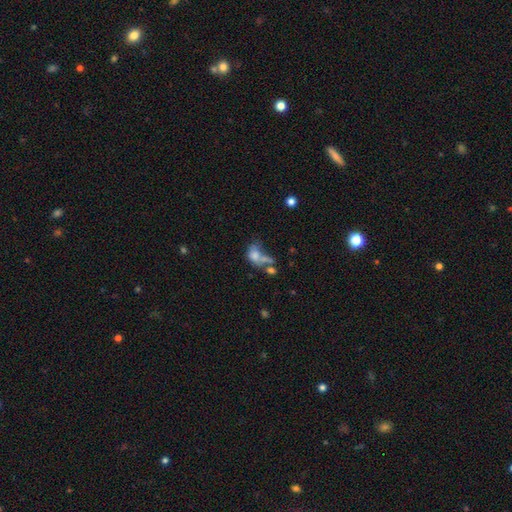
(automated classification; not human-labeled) Overall: smooth (62%; featured or disk 25%). How rounded: in between (71%). Merging: merger (44%; major disturbance 23%).